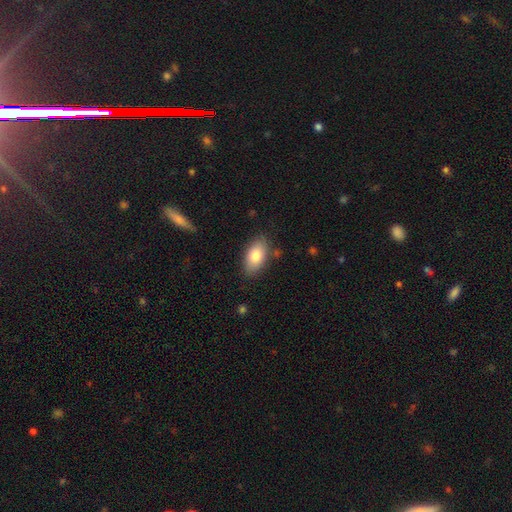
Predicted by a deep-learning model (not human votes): Morphology: type=smooth (81%); roundness=in between (93%); merging=none (83%).